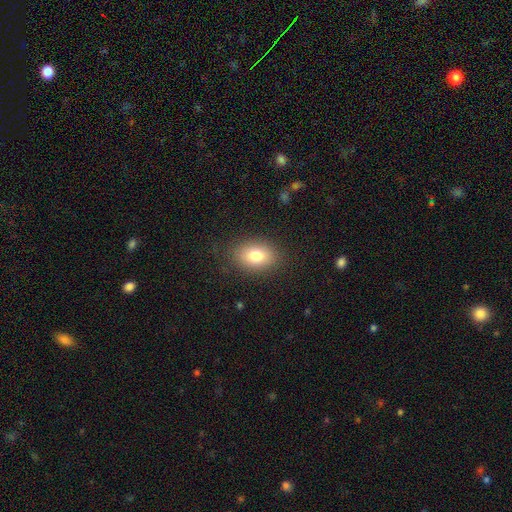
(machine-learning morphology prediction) A smooth galaxy with no disk features (80%) that is in between round and cigar-shaped (78%).

Vote fractions:
- Smooth or featured? smooth: 80% / featured or disk: 10% / star or artifact: 9%
- How rounded? in between: 78% / round: 21% / cigar-shaped: 1%
- Merging? none: 84% / minor disturbance: 11% / major disturbance: 4% / merger: 1%